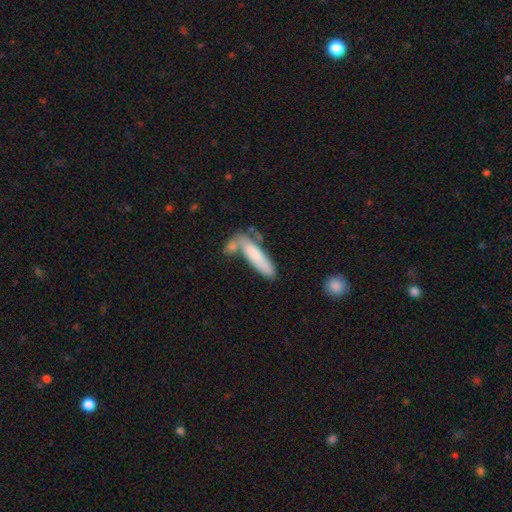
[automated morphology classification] Smooth or featured?
  - smooth: 76% *
  - featured or disk: 19%
  - star or artifact: 6%
How rounded?
  - cigar-shaped: 69% *
  - in between: 30%
  - round: 2%
Merging?
  - none: 45% *
  - merger: 29%
  - minor disturbance: 18%
  - major disturbance: 8%